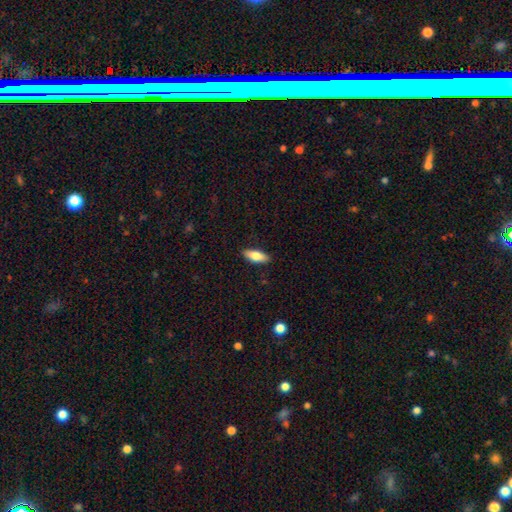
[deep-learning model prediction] Smooth or featured? smooth (72%)
How rounded? in between (72%)
Merging? none (89%)